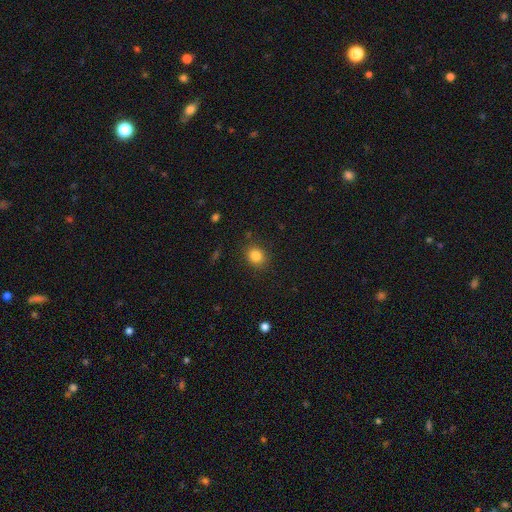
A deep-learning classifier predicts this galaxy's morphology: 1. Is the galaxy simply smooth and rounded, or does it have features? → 84% smooth, 11% star or artifact, 5% featured or disk.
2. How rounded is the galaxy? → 66% round, 33% in between, 1% cigar-shaped.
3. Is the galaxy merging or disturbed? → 85% none, 10% minor disturbance, 3% major disturbance, 1% merger.